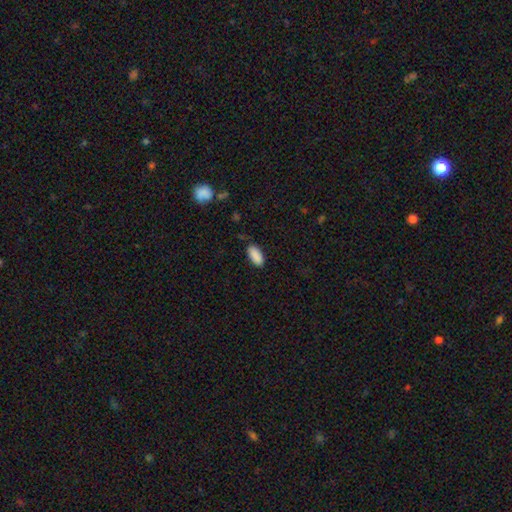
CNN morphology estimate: This is clearly a smooth galaxy (90%). How rounded: clearly in between (89%). Merging: clearly none (81%).